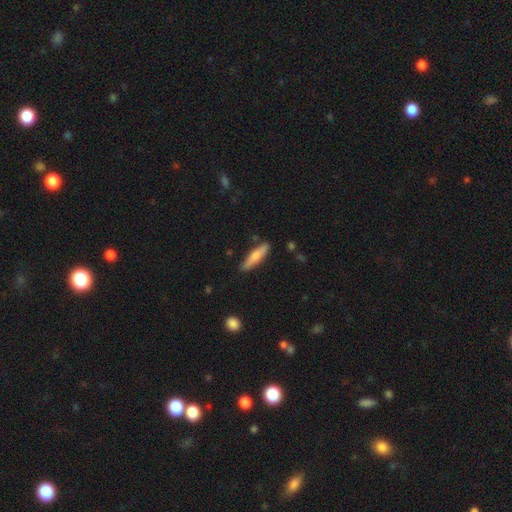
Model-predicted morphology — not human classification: This is likely a smooth galaxy (63%). How rounded: clearly cigar-shaped (82%). Merging: clearly none (83%).